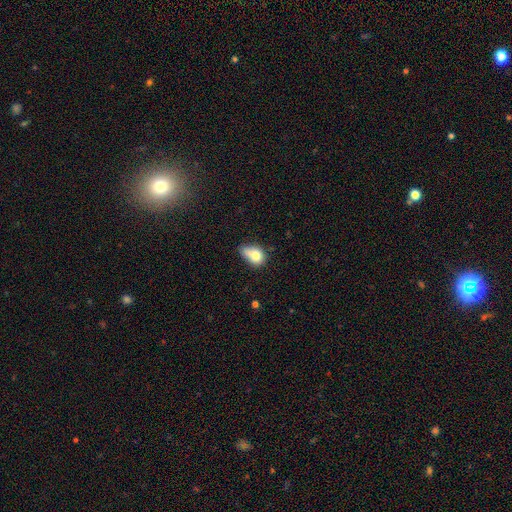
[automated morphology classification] Smooth or featured? smooth (76%)
How rounded? in between (71%)
Merging? minor disturbance (40%)